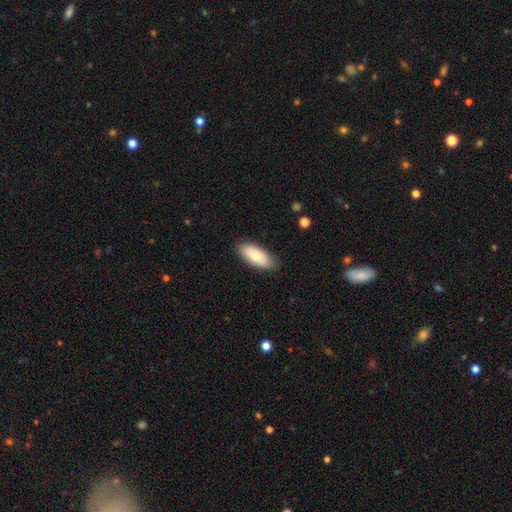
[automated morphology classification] type=smooth (83%); roundness=in between (85%); merging=none (85%).